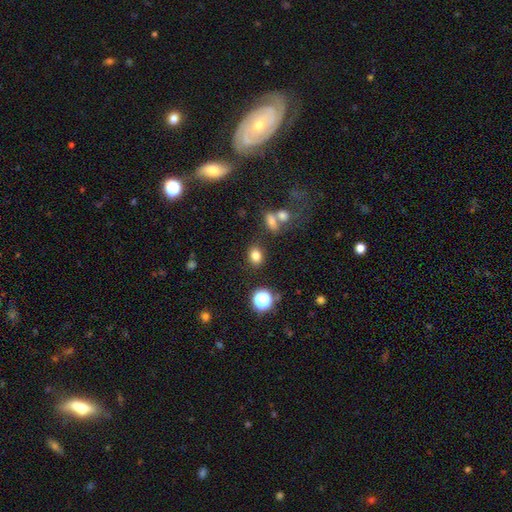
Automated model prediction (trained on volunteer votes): This is likely a smooth galaxy (79%). How rounded: possibly round (50%). Merging: clearly none (82%).